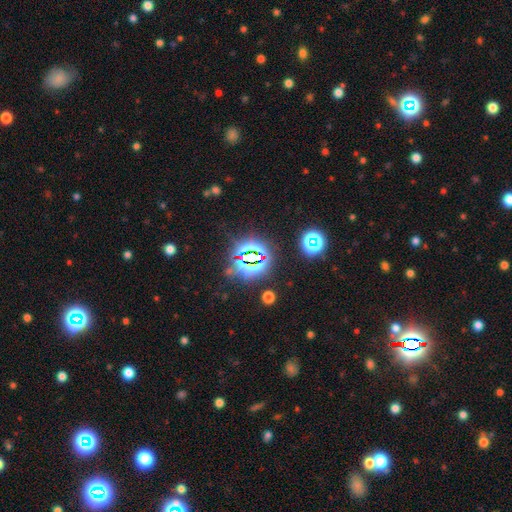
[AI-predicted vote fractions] This appears to be a star or artifact, not a galaxy (81%).